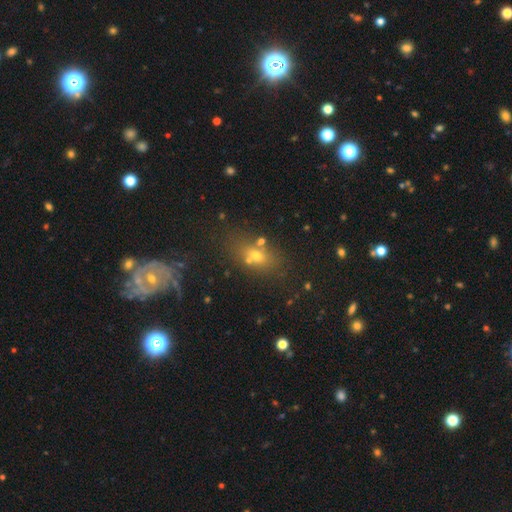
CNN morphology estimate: smooth-or-featured: smooth: 58% | star or artifact: 23% | featured or disk: 19%
  how-rounded: in between: 67% | round: 26% | cigar-shaped: 7%
  merging: none: 60% | merger: 20% | minor disturbance: 13% | major disturbance: 6%